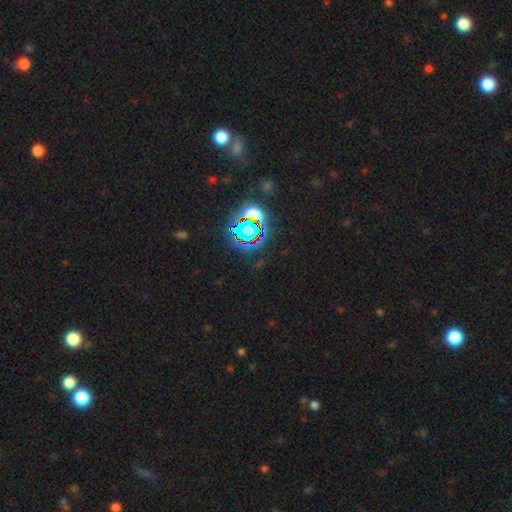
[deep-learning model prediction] smooth-or-featured: star or artifact: 77% | smooth: 14% | featured or disk: 9%